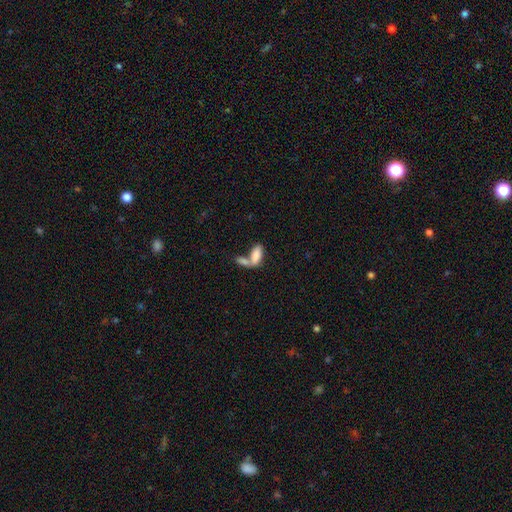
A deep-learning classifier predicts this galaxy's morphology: Overall: smooth (81%). How rounded: in between (86%). Merging: merger (63%; none 24%).